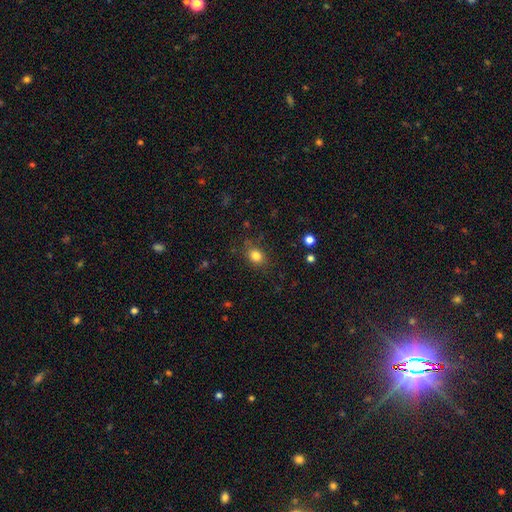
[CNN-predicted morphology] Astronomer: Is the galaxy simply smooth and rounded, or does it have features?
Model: smooth — 82%.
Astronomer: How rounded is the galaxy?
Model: round — 53% (runner-up: in between, 46%).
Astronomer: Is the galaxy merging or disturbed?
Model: none — 81%.